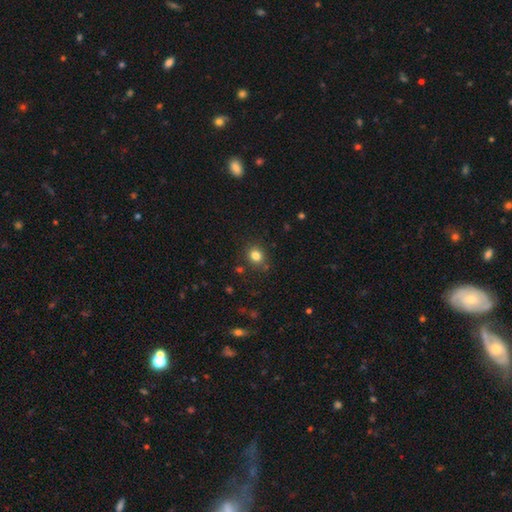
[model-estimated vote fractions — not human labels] This is clearly a smooth galaxy (81%). How rounded: likely round (71%). Merging: clearly none (82%).